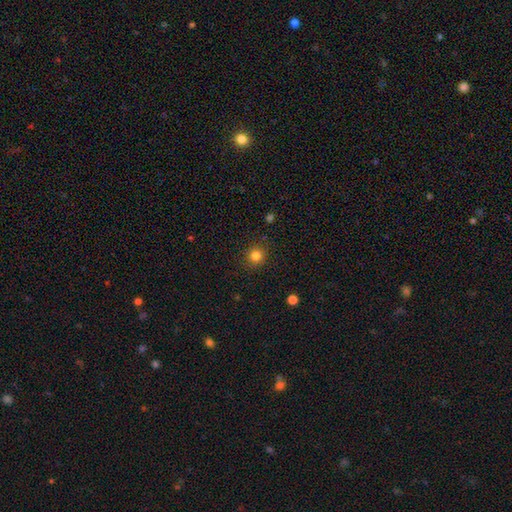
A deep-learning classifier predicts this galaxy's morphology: A smooth galaxy with no disk features (82%) that is round (92%).

Vote fractions:
- Smooth or featured? smooth: 82% / star or artifact: 13% / featured or disk: 5%
- How rounded? round: 92% / in between: 7% / cigar-shaped: 1%
- Merging? none: 90% / minor disturbance: 6% / major disturbance: 2% / merger: 1%